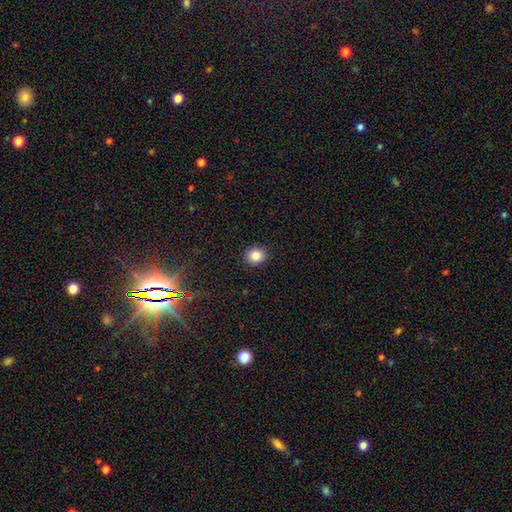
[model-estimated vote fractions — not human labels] Smooth or featured? Predicted: smooth (p=0.84). How rounded? Predicted: round (p=0.84). Merging? Predicted: none (p=0.91).